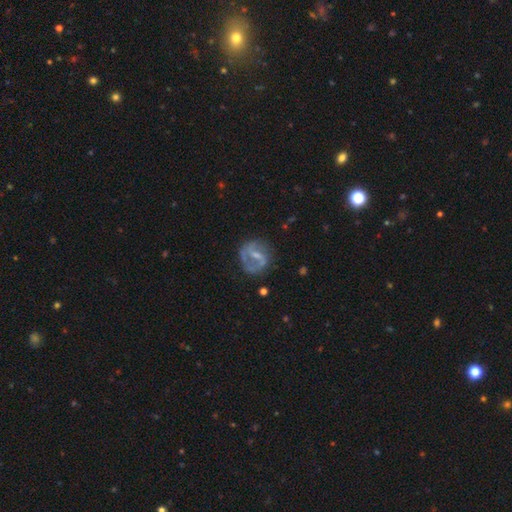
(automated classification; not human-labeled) This appears to be a featured or disk galaxy (70%) with a weak bar (50%), 2 (68%) medium (43%) spiral arms (73%) and a small central bulge (47%). Merging: none (62%).